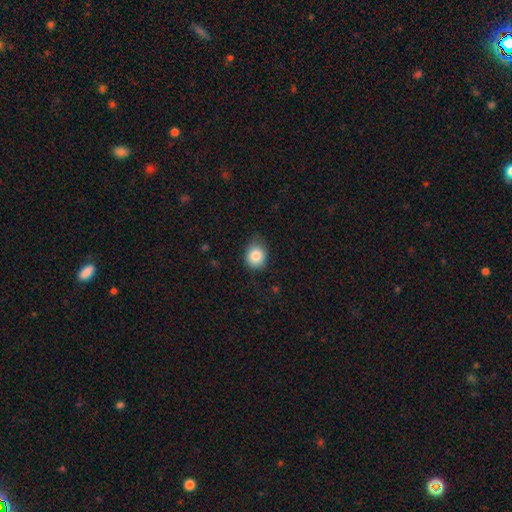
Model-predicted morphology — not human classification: Q: Smooth or featured?
A: smooth (84%); runner-up: star or artifact (9%)
Q: How rounded?
A: round (66%); runner-up: in between (33%)
Q: Merging?
A: none (68%); runner-up: minor disturbance (26%)